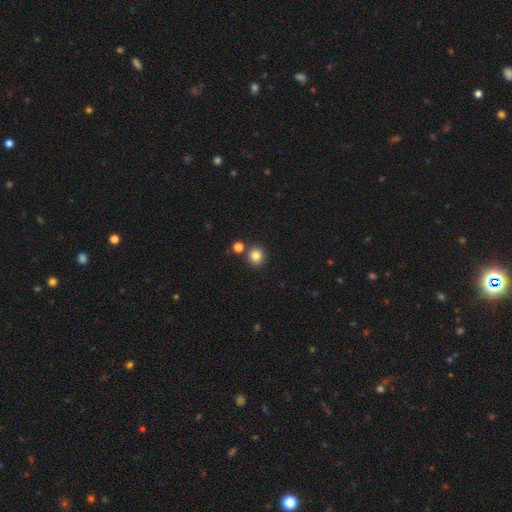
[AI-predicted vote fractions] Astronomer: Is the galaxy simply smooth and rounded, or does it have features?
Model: smooth — 83%.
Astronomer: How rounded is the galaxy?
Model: round — 92%.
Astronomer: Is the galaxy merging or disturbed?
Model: none — 82%.